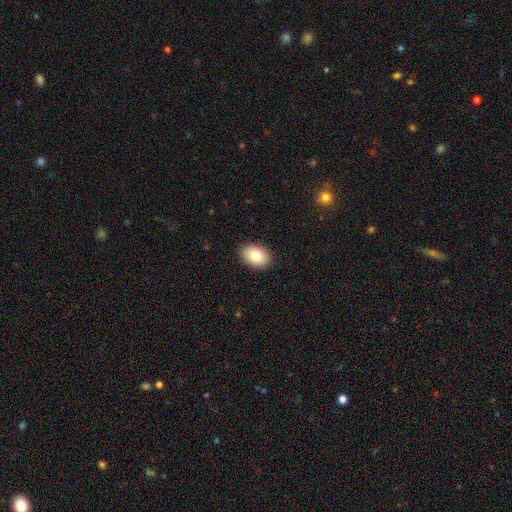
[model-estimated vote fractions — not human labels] Overall: smooth (82%). How rounded: in between (81%). Merging: none (90%).